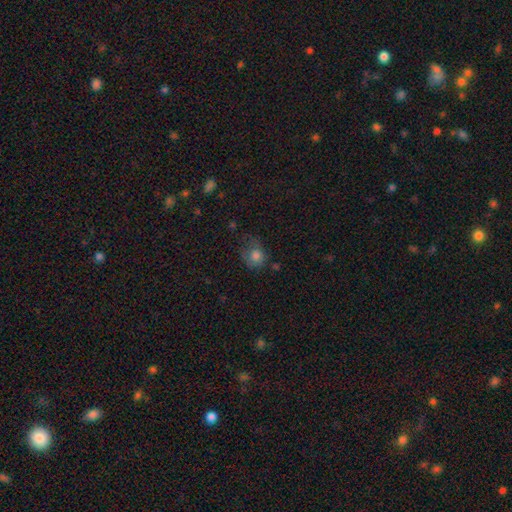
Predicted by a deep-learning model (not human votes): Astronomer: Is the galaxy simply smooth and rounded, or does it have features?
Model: smooth — 77%.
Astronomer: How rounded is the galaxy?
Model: round — 65%.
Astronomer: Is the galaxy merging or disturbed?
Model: none — 43% (runner-up: minor disturbance, 32%).